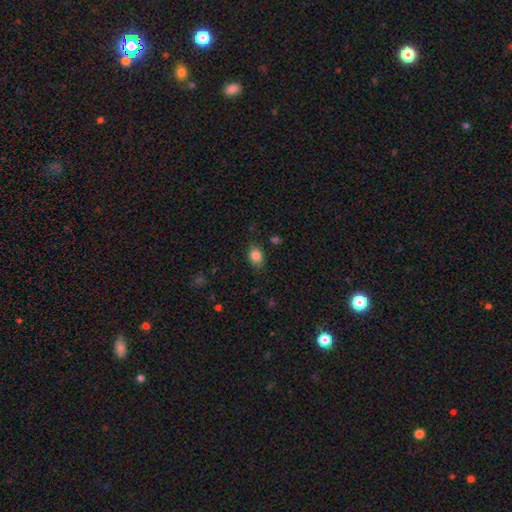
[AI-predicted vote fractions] Q: Smooth or featured?
A: smooth (85%); runner-up: star or artifact (9%)
Q: How rounded?
A: in between (69%); runner-up: round (30%)
Q: Merging?
A: none (81%); runner-up: minor disturbance (14%)